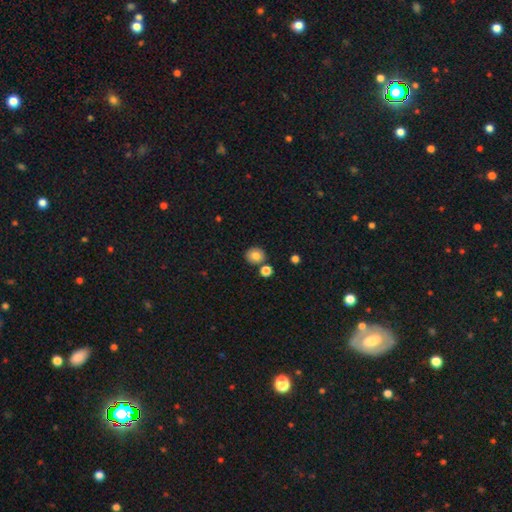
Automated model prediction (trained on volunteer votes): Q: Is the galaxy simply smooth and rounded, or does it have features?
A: smooth — 82%.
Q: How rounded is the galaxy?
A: round — 82%.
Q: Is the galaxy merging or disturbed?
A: none — 76%.